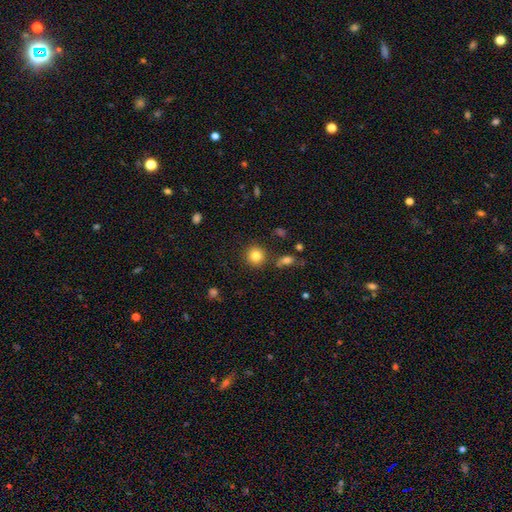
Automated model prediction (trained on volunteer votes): smooth 83%, star or artifact 10%, featured or disk 7%. Down the decision tree: how rounded — round (92%); merging — none (86%).